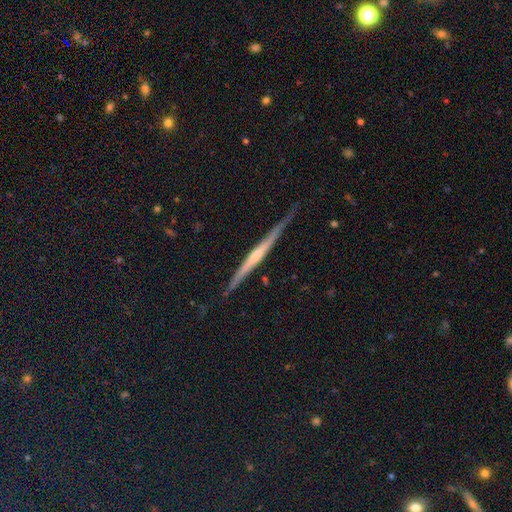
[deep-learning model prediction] Q: Smooth or featured?
A: featured or disk (70%); runner-up: smooth (23%)
Q: Edge-on disk?
A: yes (97%); runner-up: no (3%)
Q: Edge-on bulge?
A: none (51%); runner-up: rounded (37%)
Q: Merging?
A: none (78%); runner-up: minor disturbance (17%)